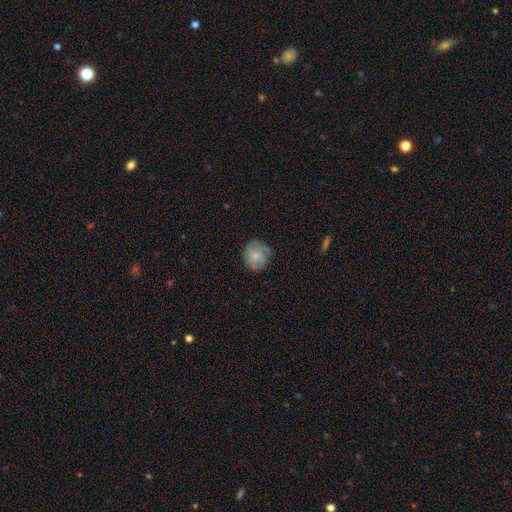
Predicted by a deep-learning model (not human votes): Q: Smooth or featured?
A: smooth (61%); runner-up: featured or disk (31%)
Q: How rounded?
A: round (83%); runner-up: in between (16%)
Q: Merging?
A: none (69%); runner-up: minor disturbance (22%)